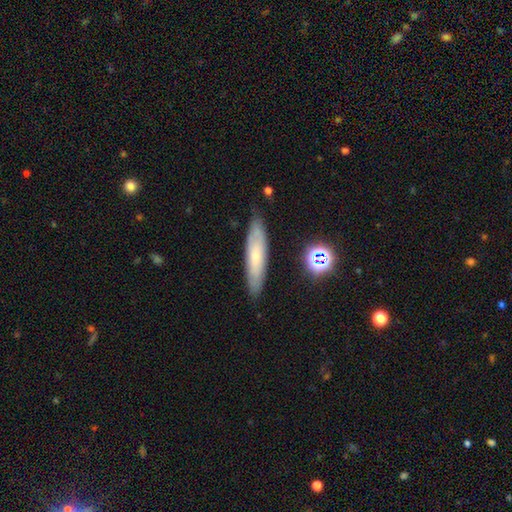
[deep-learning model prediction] A smooth galaxy with no disk features (55%) that is cigar-shaped (77%).

Vote fractions:
- Smooth or featured? smooth: 55% / featured or disk: 36% / star or artifact: 8%
- How rounded? cigar-shaped: 77% / in between: 21% / round: 2%
- Merging? none: 82% / minor disturbance: 13% / major disturbance: 3% / merger: 2%